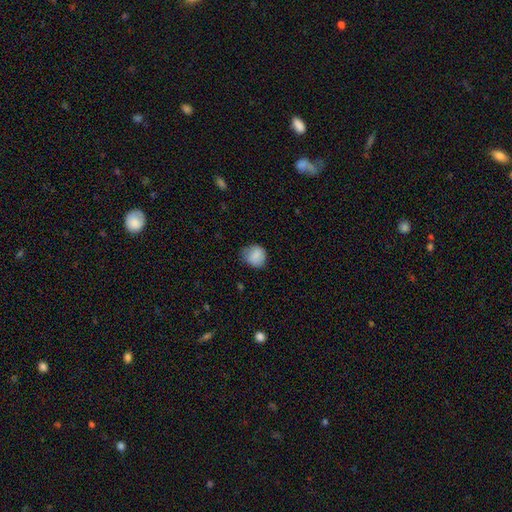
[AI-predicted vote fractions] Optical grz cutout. It shows a smooth galaxy with no disk features (84%) that is round (78%). Merging: none (71%).